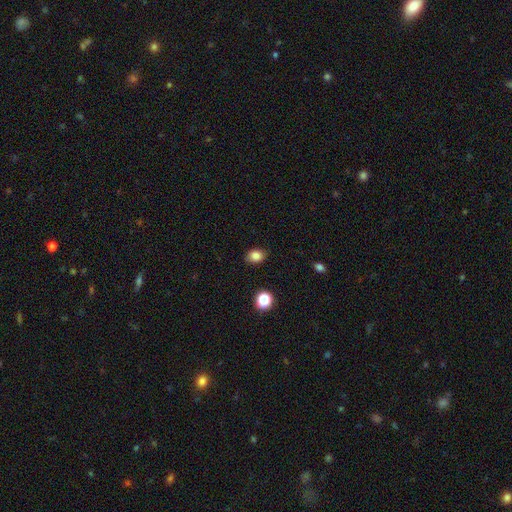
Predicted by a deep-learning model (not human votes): smooth_or_featured: smooth (p=0.84) [alt: star or artifact p=0.11]
how_rounded: in between (p=0.55) [alt: round p=0.44]
merging: none (p=0.83) [alt: minor disturbance p=0.13]